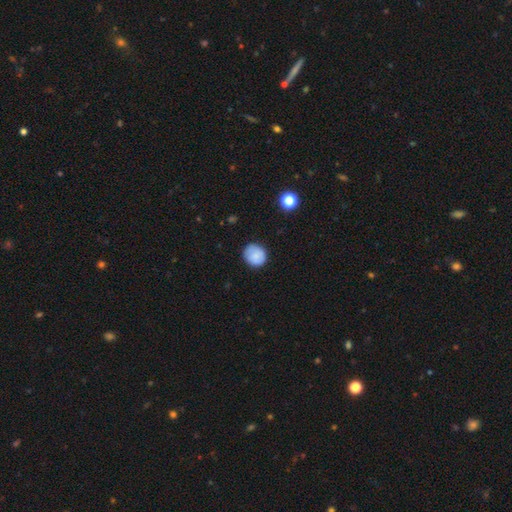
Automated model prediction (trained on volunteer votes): Smooth or featured? Predicted: smooth (p=0.83). How rounded? Predicted: round (p=0.80). Merging? Predicted: none (p=0.82).